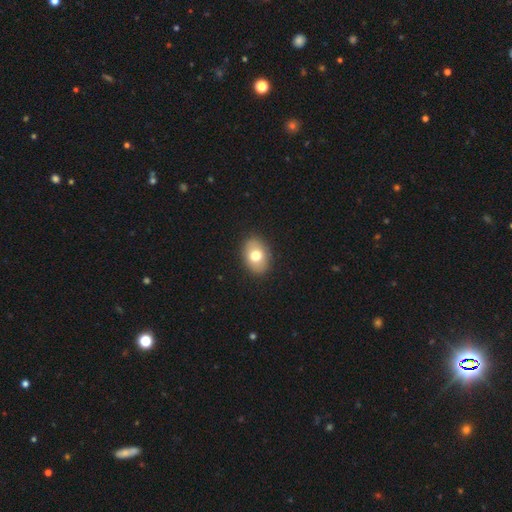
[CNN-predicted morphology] Overall: smooth (74%). How rounded: in between (77%). Merging: none (89%).